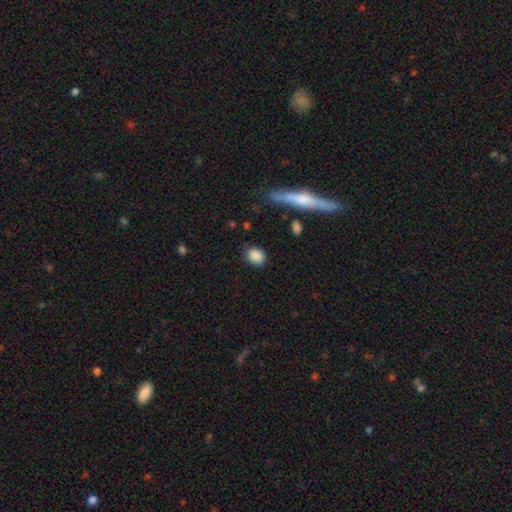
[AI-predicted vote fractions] Morphology: type=smooth (87%); roundness=in between (53%); merging=none (81%).